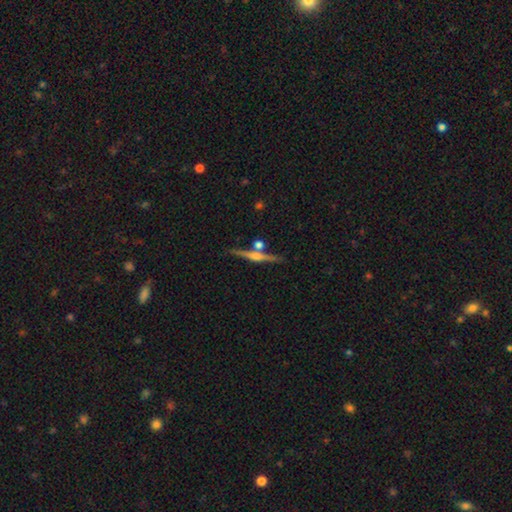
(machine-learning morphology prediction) Smooth or featured? Predicted: featured or disk (p=0.74). Edge-on disk? Predicted: yes (p=0.97). Edge-on bulge? Predicted: rounded (p=0.80). Merging? Predicted: none (p=0.78).